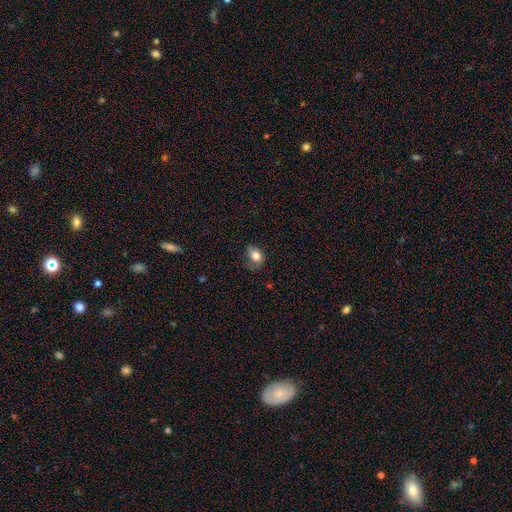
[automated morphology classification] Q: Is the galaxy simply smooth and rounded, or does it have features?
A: smooth — 80%.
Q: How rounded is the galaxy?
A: in between — 66%.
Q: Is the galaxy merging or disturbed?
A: none — 54%.